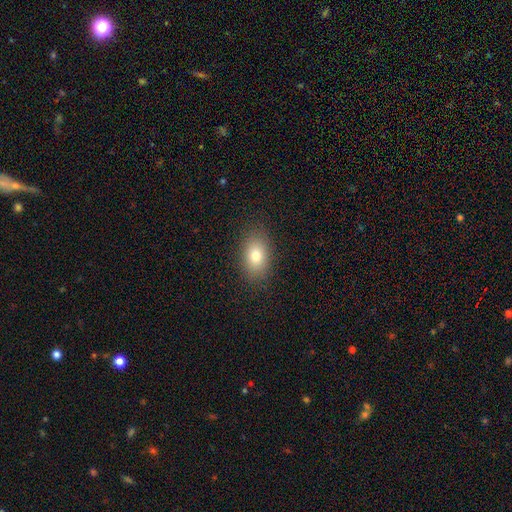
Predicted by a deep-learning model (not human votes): This is likely a smooth galaxy (78%). How rounded: clearly in between (86%). Merging: clearly none (87%).